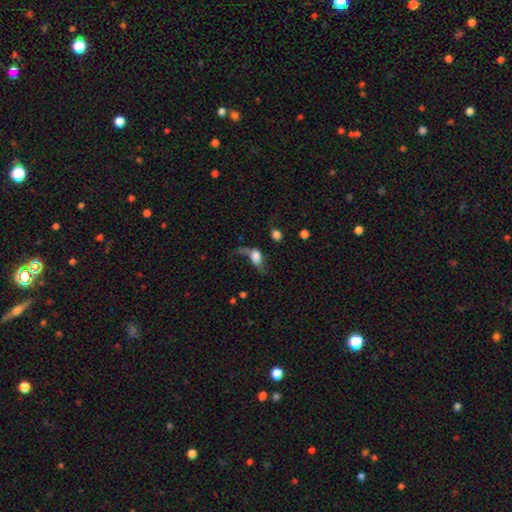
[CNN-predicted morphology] A smooth galaxy with no disk features (60%) that is in between round and cigar-shaped (78%). Merging: major disturbance (48%).